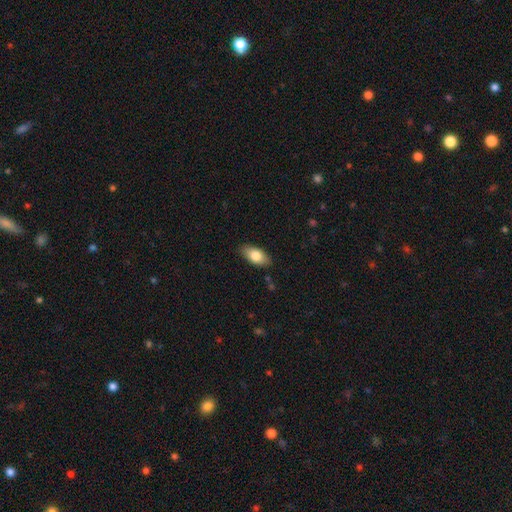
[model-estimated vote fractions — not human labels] Smooth or featured? smooth (80%)
How rounded? in between (91%)
Merging? none (85%)